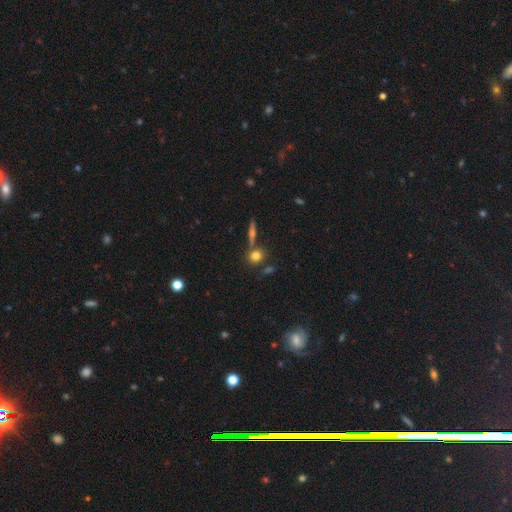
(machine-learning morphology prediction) This is likely a smooth galaxy (75%). How rounded: likely round (74%). Merging: likely none (71%).